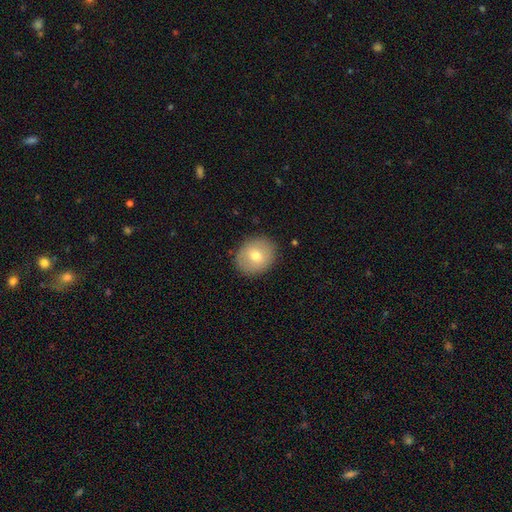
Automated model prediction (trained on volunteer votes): This appears to be a smooth galaxy with no disk features (71%) that is round (69%). Merging: none (87%).